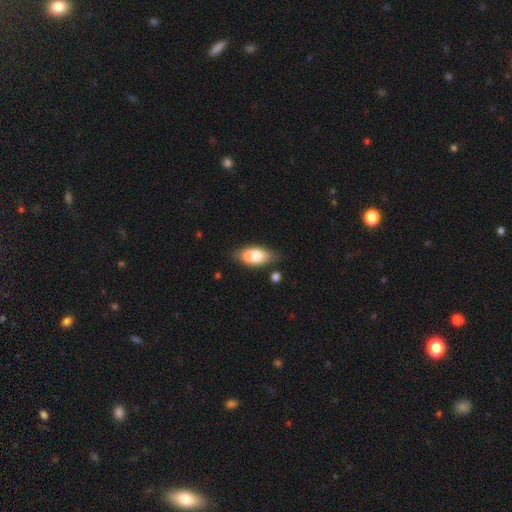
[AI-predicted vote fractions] A smooth galaxy with no disk features (65%) that is in between round and cigar-shaped (83%).

Vote fractions:
- Smooth or featured? smooth: 65% / featured or disk: 27% / star or artifact: 7%
- How rounded? in between: 83% / cigar-shaped: 11% / round: 7%
- Merging? none: 51% / merger: 28% / minor disturbance: 16% / major disturbance: 5%